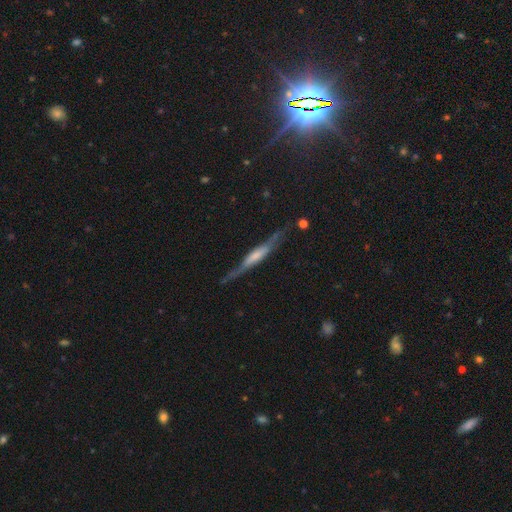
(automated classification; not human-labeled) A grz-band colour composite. It shows a featured or disk galaxy (66%) viewed edge-on (89%) with a boxy central bulge (50%). Merging: none (68%).